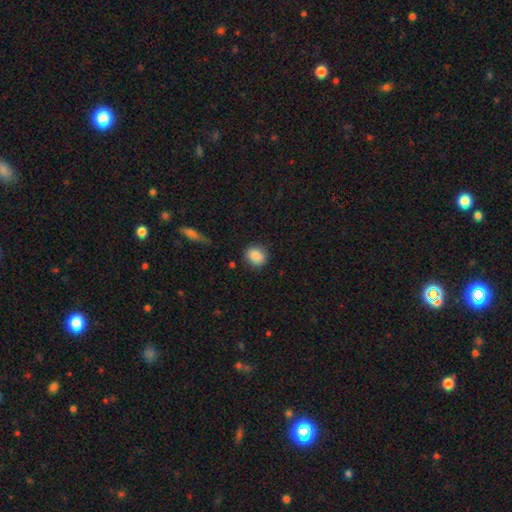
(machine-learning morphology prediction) Smooth or featured? smooth (86%)
How rounded? round (78%)
Merging? none (86%)